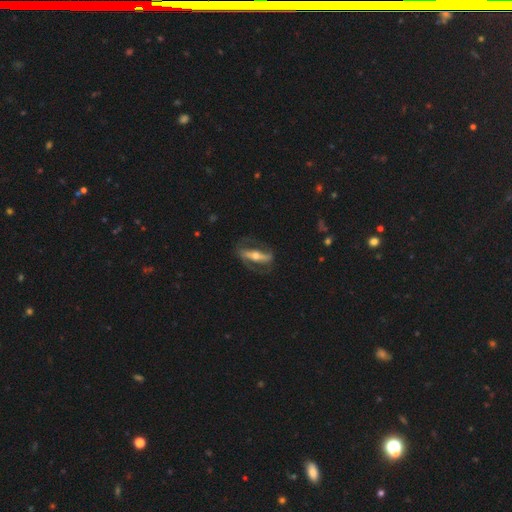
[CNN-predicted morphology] Smooth or featured?
  - featured or disk: 78% *
  - smooth: 16%
  - star or artifact: 5%
Edge-on disk?
  - no: 66% *
  - yes: 34%
Bar?
  - strong: 70% *
  - no: 16%
  - weak: 14%
Spiral arms?
  - yes: 72% *
  - no: 28%
Bulge size?
  - moderate: 57% *
  - small: 36%
  - large: 5%
  - none: 1%
  - dominant: 1%
Merging?
  - none: 68% *
  - minor disturbance: 17%
  - major disturbance: 14%
  - merger: 2%